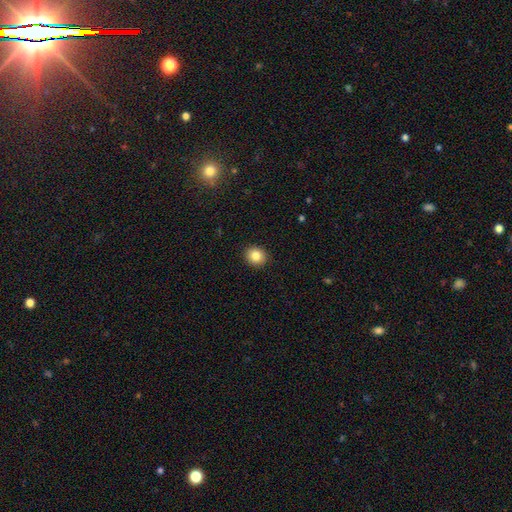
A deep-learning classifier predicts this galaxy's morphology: This appears to be a smooth galaxy with no disk features (84%) that is round (76%). Merging: none (91%).